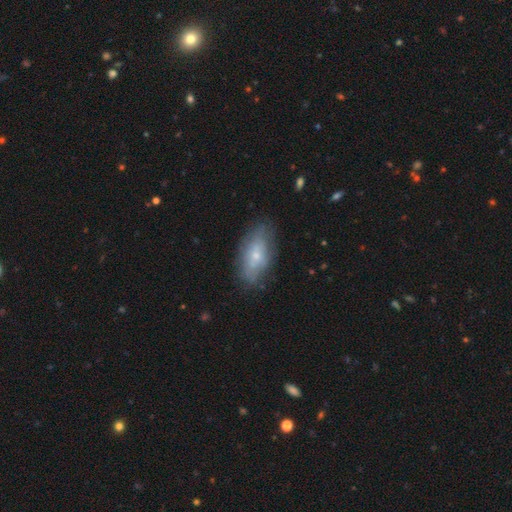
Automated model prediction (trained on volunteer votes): The model was most divided on "smooth or featured": smooth: 54%, featured or disk: 38%, star or artifact: 7%. More confident: how rounded — in between (87%); merging — none (71%).